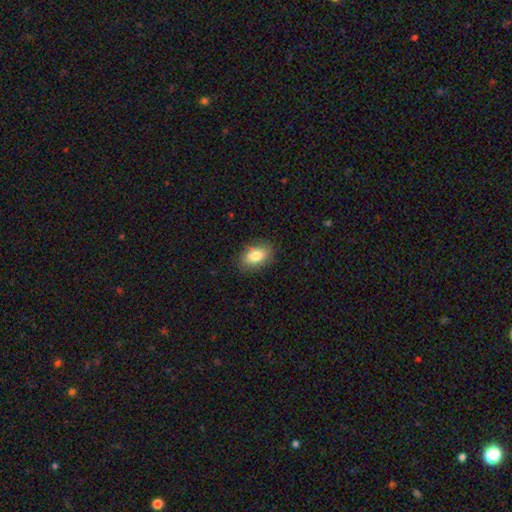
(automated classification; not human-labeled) Smooth or featured? Predicted: smooth (p=0.83). How rounded? Predicted: in between (p=0.88). Merging? Predicted: none (p=0.83).